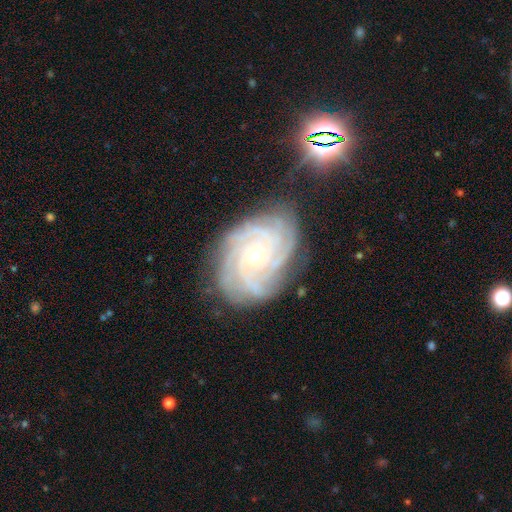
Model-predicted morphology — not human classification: This is clearly a featured or disk galaxy (88%). It is clearly not viewed edge-on (97%). Bar: likely no (77%). Spiral arm pattern: clearly yes (98%). Spiral arm count: marginally 4 (33%). Spiral winding: likely tight (76%). Central bulge: likely small (63%). Merging: likely none (78%).